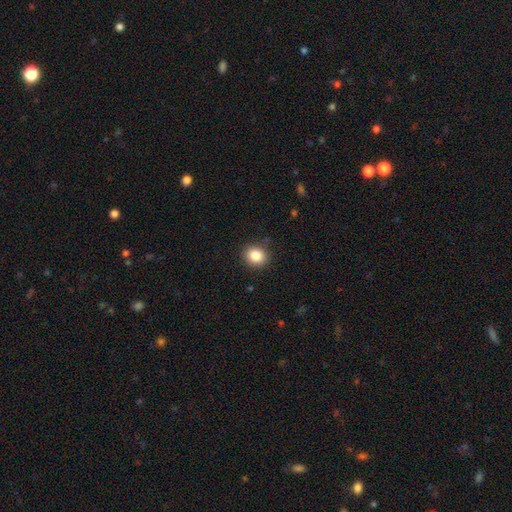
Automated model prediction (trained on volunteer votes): This is clearly a smooth galaxy (85%). How rounded: likely round (72%). Merging: clearly none (87%).